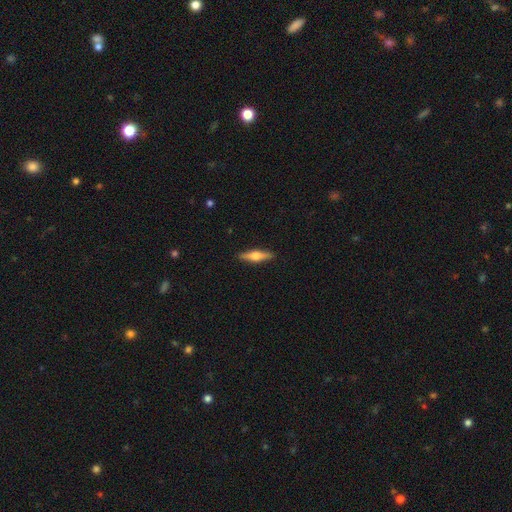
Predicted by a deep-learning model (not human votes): Smooth or featured? featured or disk (58%)
Edge-on disk? yes (96%)
Edge-on bulge? rounded (91%)
Merging? none (90%)